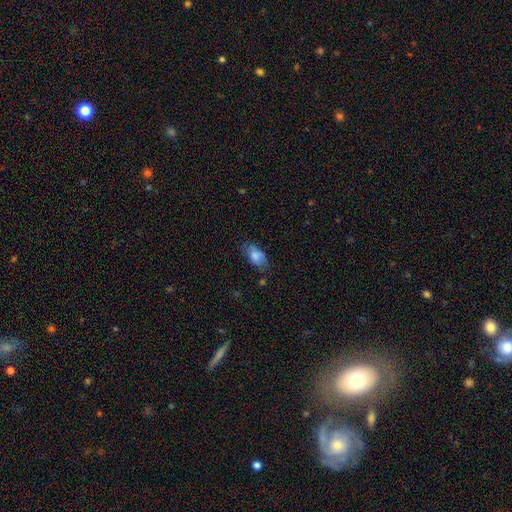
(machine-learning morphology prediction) Smooth or featured? Predicted: smooth (p=0.75). How rounded? Predicted: in between (p=0.90). Merging? Predicted: none (p=0.58).